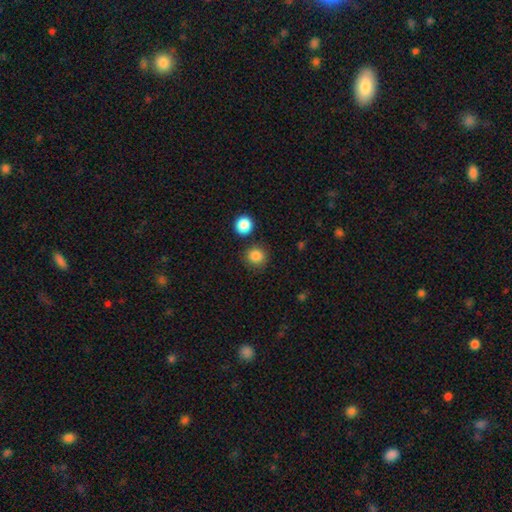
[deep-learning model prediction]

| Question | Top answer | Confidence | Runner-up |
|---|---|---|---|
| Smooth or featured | smooth | 86% | star or artifact (11%) |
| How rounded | round | 91% | in between (9%) |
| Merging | none | 85% | minor disturbance (8%) |